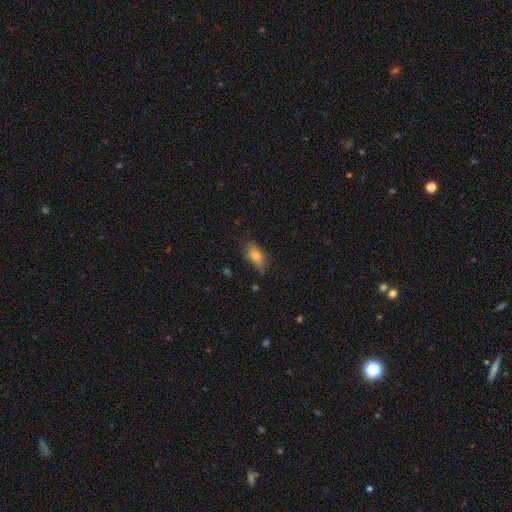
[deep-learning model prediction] smooth_or_featured: smooth (p=0.81) [alt: featured or disk p=0.10]
how_rounded: in between (p=0.87) [alt: cigar-shaped p=0.07]
merging: none (p=0.65) [alt: minor disturbance p=0.25]